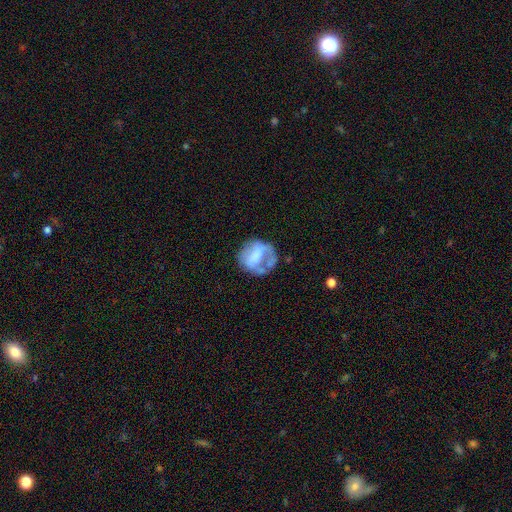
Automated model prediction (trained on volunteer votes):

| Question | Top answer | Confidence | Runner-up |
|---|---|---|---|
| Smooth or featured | featured or disk | 48% | smooth (43%) |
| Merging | none | 45% | major disturbance (25%) |